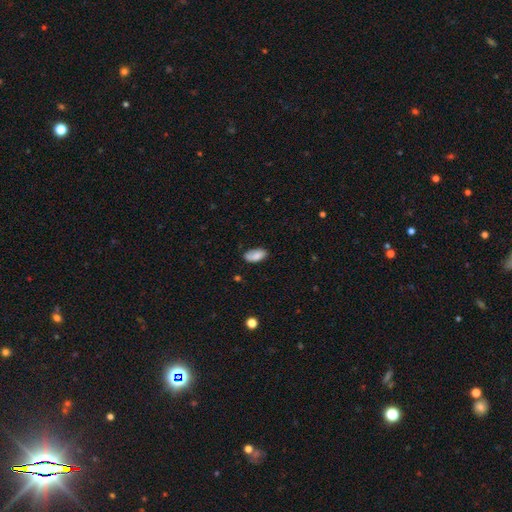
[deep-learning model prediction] smooth 85%, featured or disk 8%, star or artifact 7%. Down the decision tree: how rounded — in between (93%); merging — none (74%).